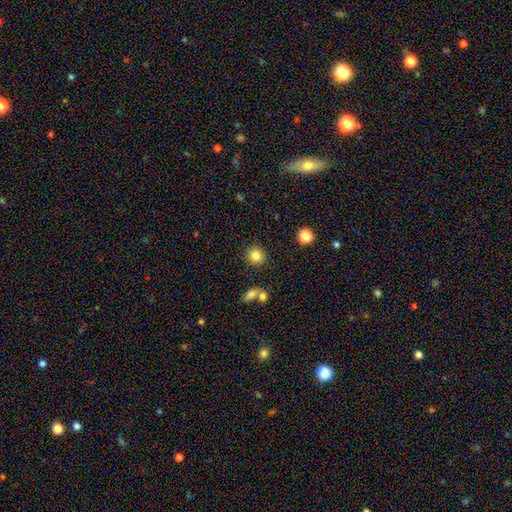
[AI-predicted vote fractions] Morphology: type=smooth (83%); roundness=round (88%); merging=none (85%).